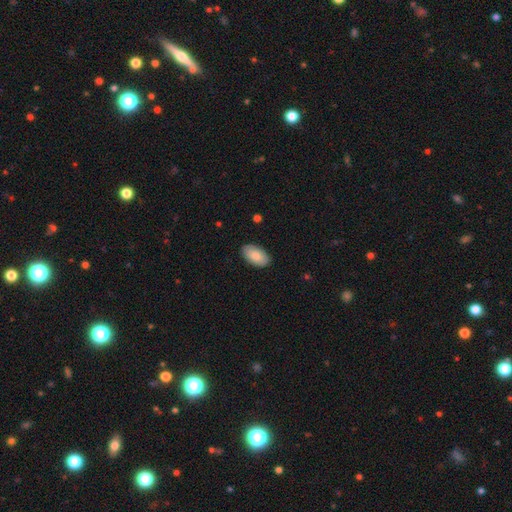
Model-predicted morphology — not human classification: smooth 88%, featured or disk 6%, star or artifact 6%. Down the decision tree: how rounded — in between (96%); merging — none (88%).